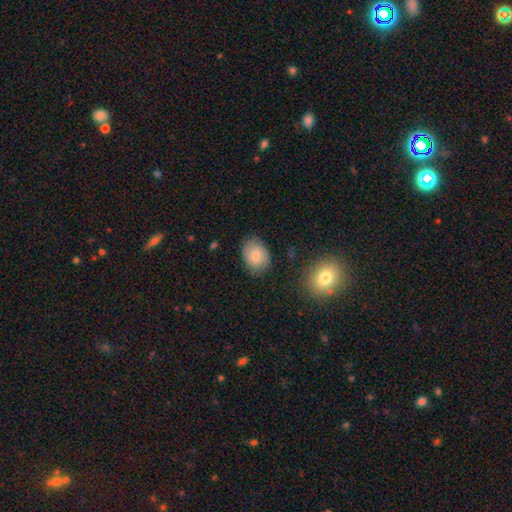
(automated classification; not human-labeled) Smooth or featured?
  - smooth: 79% *
  - featured or disk: 14%
  - star or artifact: 8%
How rounded?
  - in between: 71% *
  - round: 28%
  - cigar-shaped: 1%
Merging?
  - none: 80% *
  - minor disturbance: 15%
  - major disturbance: 4%
  - merger: 2%